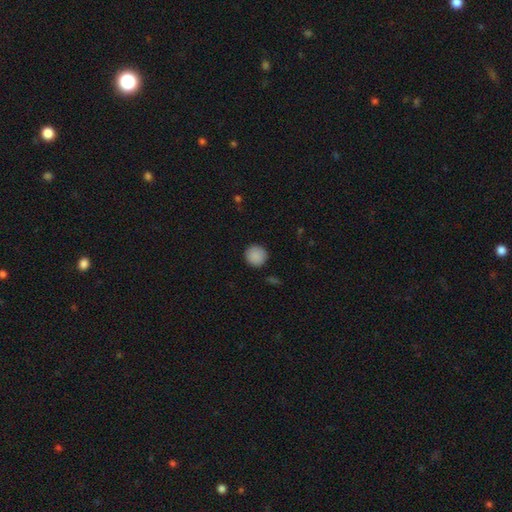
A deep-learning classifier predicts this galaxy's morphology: A smooth galaxy with no disk features (89%) that is round (95%).

Vote fractions:
- Smooth or featured? smooth: 89% / star or artifact: 8% / featured or disk: 3%
- How rounded? round: 95% / in between: 4% / cigar-shaped: 1%
- Merging? none: 91% / minor disturbance: 6% / major disturbance: 2% / merger: 1%